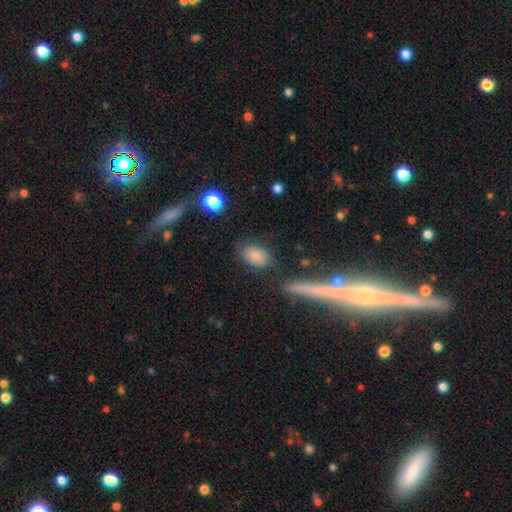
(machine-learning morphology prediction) A smooth galaxy with no disk features (80%) that is in between round and cigar-shaped (85%).

Vote fractions:
- Smooth or featured? smooth: 80% / featured or disk: 11% / star or artifact: 10%
- How rounded? in between: 85% / round: 13% / cigar-shaped: 2%
- Merging? none: 72% / minor disturbance: 15% / major disturbance: 6% / merger: 6%